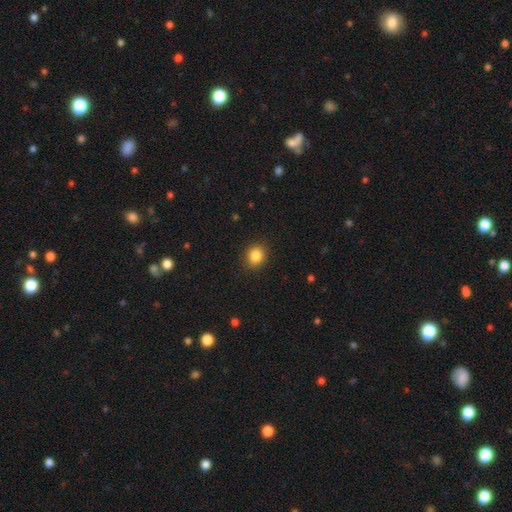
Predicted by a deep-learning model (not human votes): A smooth galaxy with no disk features (85%) that is round (65%). Merging: none (89%).